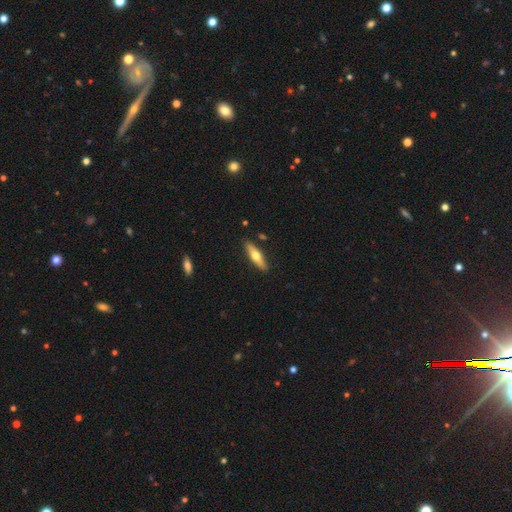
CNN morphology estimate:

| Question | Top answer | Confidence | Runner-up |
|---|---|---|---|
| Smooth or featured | smooth | 49% | featured or disk (45%) |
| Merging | none | 88% | minor disturbance (8%) |